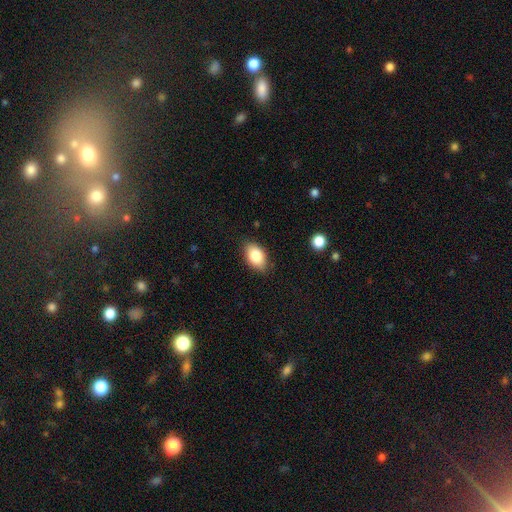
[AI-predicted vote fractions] This is clearly a smooth galaxy (85%). How rounded: clearly in between (91%). Merging: clearly none (83%).